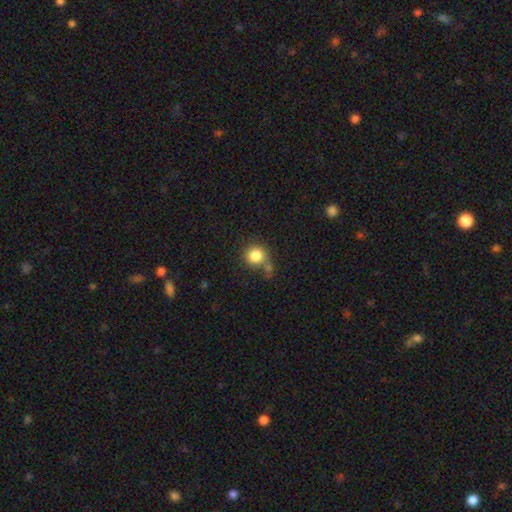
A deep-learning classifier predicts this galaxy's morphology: This appears to be a smooth galaxy with no disk features (83%) that is round (88%). Merging: none (58%).